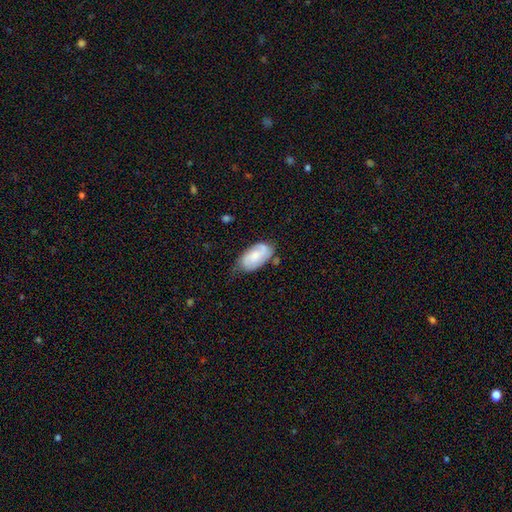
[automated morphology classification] This is possibly a smooth galaxy (54%). How rounded: clearly in between (93%). Merging: possibly none (53%).